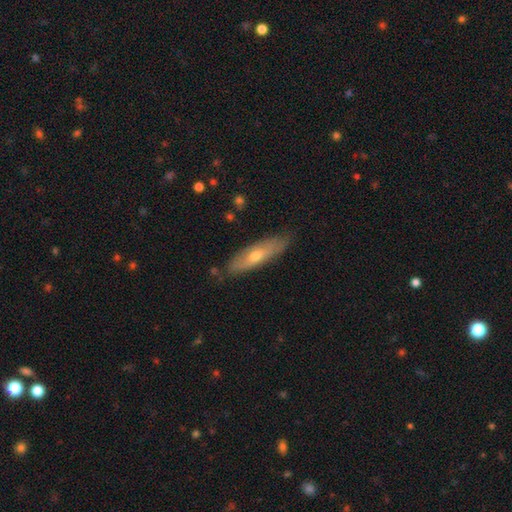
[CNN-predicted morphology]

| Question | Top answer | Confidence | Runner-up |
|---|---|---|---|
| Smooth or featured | smooth | 49% | featured or disk (44%) |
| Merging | none | 79% | minor disturbance (16%) |